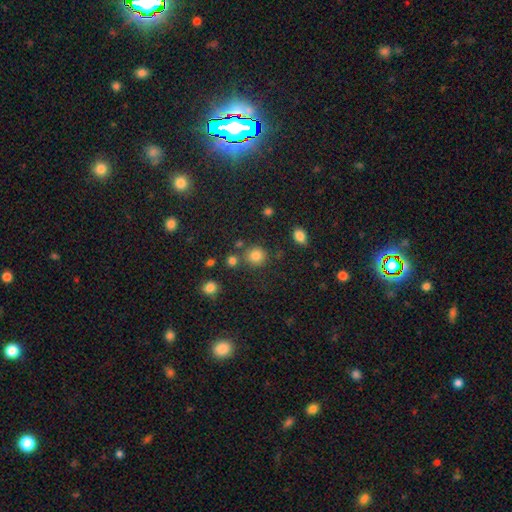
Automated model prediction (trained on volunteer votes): Morphology: type=smooth (81%); roundness=round (87%); merging=none (77%).